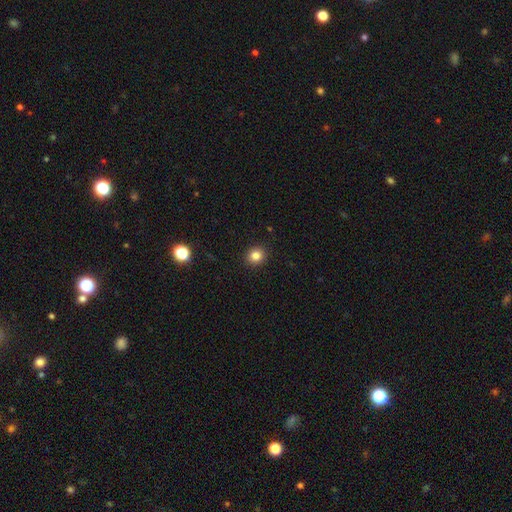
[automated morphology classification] The model was most divided on "how rounded": round: 85%, in between: 14%, cigar-shaped: 1%. More confident: merging — none (92%); smooth or featured — smooth (83%).